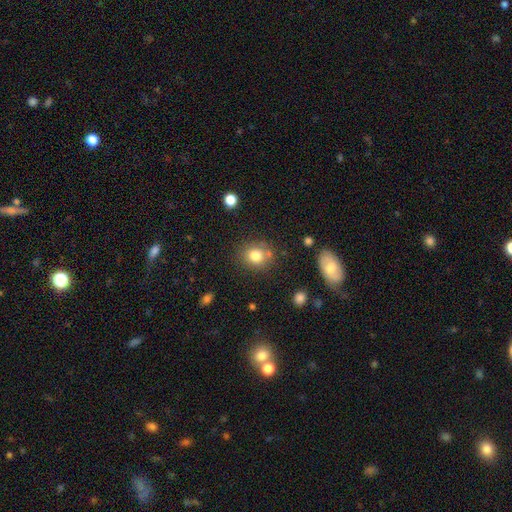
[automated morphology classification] This is likely a smooth galaxy (79%). How rounded: likely round (73%). Merging: likely none (73%).